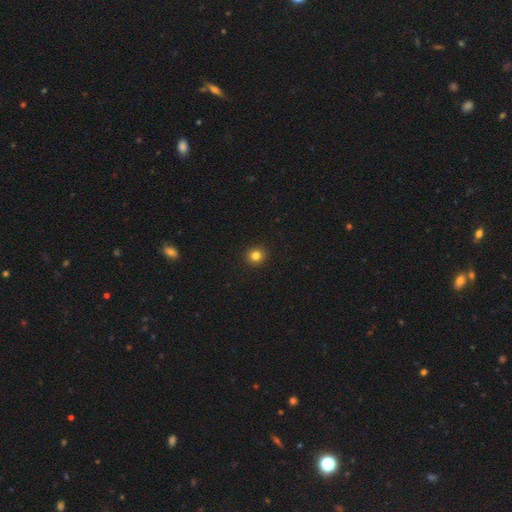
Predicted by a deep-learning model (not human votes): Smooth or featured? Predicted: smooth (p=0.82). How rounded? Predicted: round (p=0.93). Merging? Predicted: none (p=0.94).